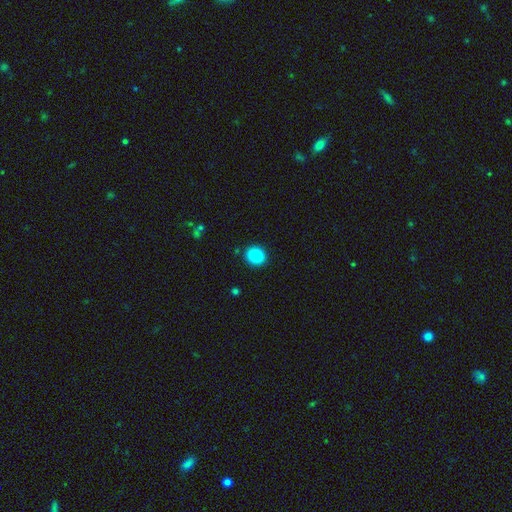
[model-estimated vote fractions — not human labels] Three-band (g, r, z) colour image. It shows a smooth galaxy with no disk features (86%) that is round (82%). Merging: none (90%).